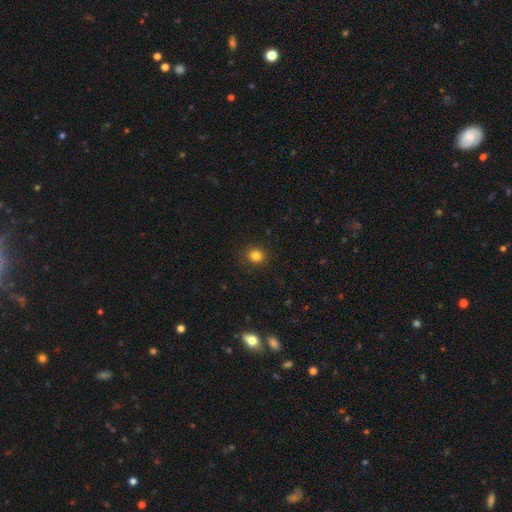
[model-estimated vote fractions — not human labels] Smooth or featured: smooth — 83% (star or artifact — 13%)
How rounded: round — 80% (in between — 20%)
Merging: none — 89% (minor disturbance — 8%)